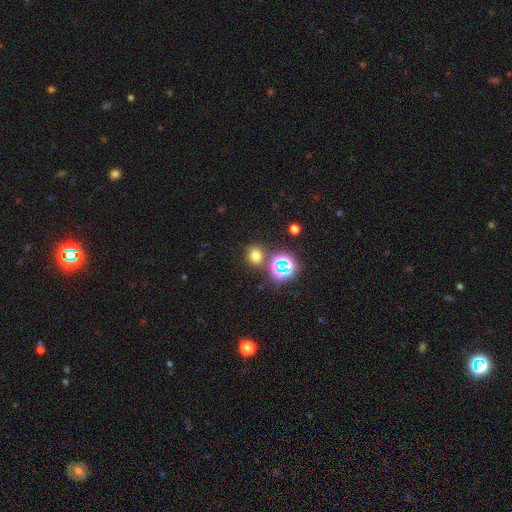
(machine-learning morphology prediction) A smooth galaxy with no disk features (66%) that is round (71%).

Vote fractions:
- Smooth or featured? smooth: 66% / star or artifact: 28% / featured or disk: 7%
- How rounded? round: 71% / in between: 28% / cigar-shaped: 1%
- Merging? none: 80% / minor disturbance: 8% / merger: 8% / major disturbance: 3%